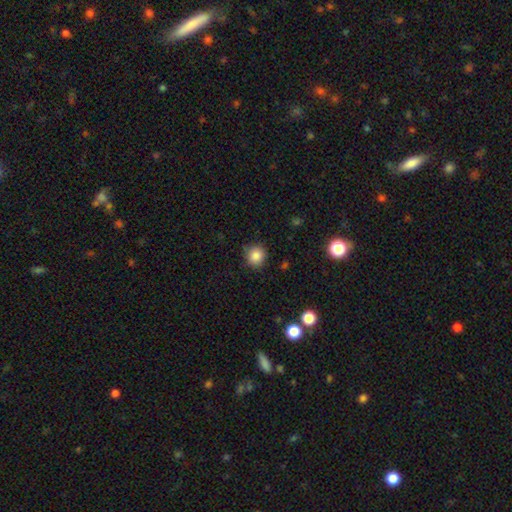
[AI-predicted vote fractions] This appears to be a smooth galaxy with no disk features (85%) that is round (90%). Merging: none (85%).